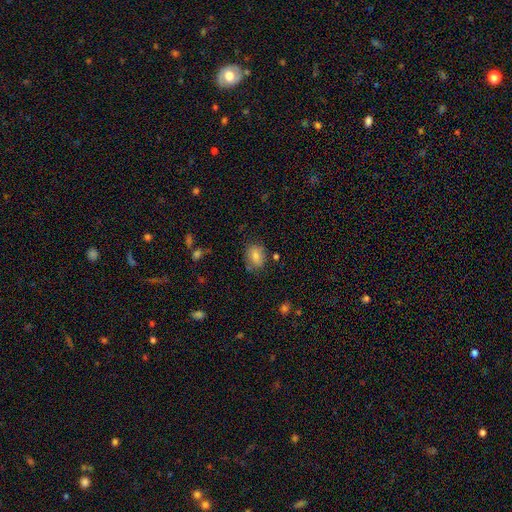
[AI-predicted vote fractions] Smooth or featured: smooth — 73% (featured or disk — 15%)
How rounded: in between — 62% (round — 37%)
Merging: none — 76% (minor disturbance — 17%)